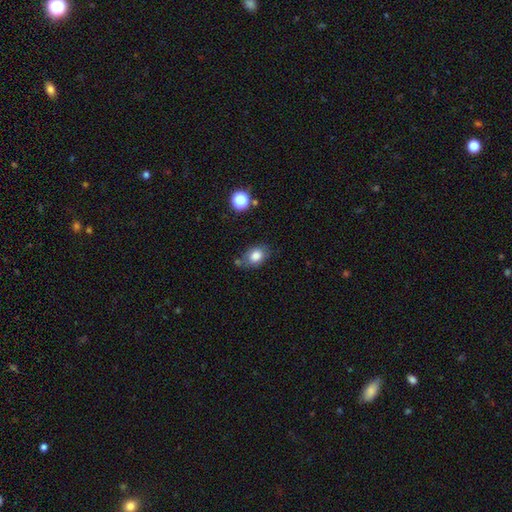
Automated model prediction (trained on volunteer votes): Smooth or featured: smooth — 81% (featured or disk — 10%)
How rounded: in between — 71% (round — 28%)
Merging: none — 62% (minor disturbance — 24%)